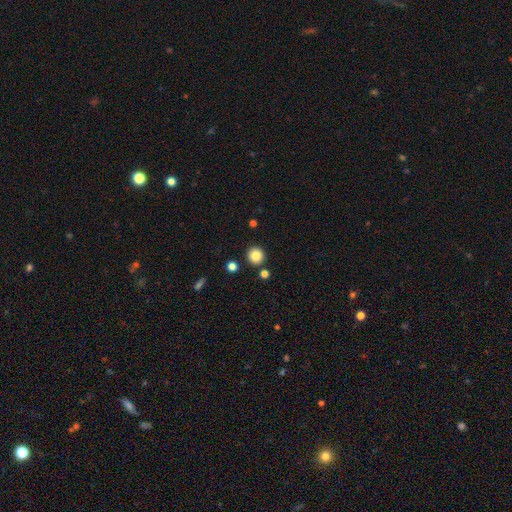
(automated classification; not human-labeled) Q: Smooth or featured?
A: smooth (84%); runner-up: star or artifact (10%)
Q: How rounded?
A: round (93%); runner-up: in between (6%)
Q: Merging?
A: none (88%); runner-up: minor disturbance (6%)